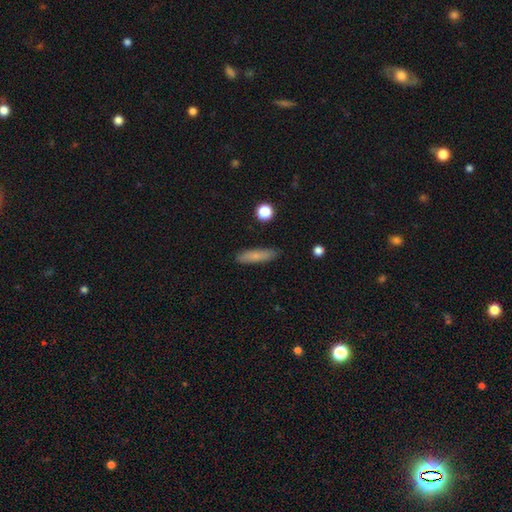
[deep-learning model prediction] Smooth or featured? Predicted: smooth (p=0.78). How rounded? Predicted: cigar-shaped (p=0.75). Merging? Predicted: none (p=0.88).